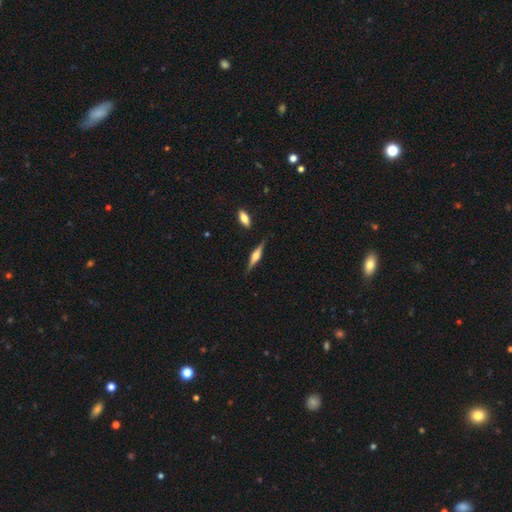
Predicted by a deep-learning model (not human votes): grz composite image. It shows a featured or disk galaxy (71%) viewed edge-on (97%) with a rounded central bulge (84%). Merging: none (85%).